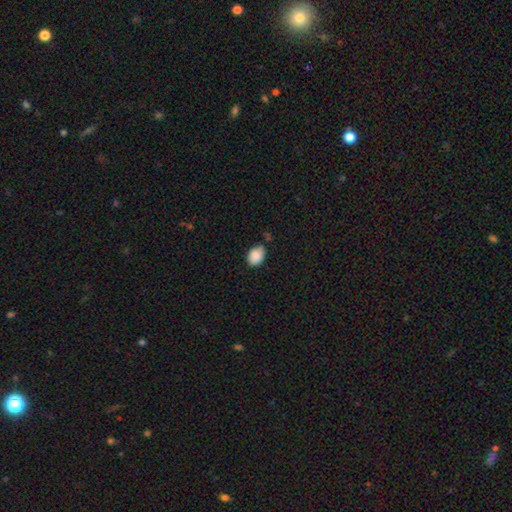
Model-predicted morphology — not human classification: Overall: smooth (87%). How rounded: in between (75%). Merging: none (68%).